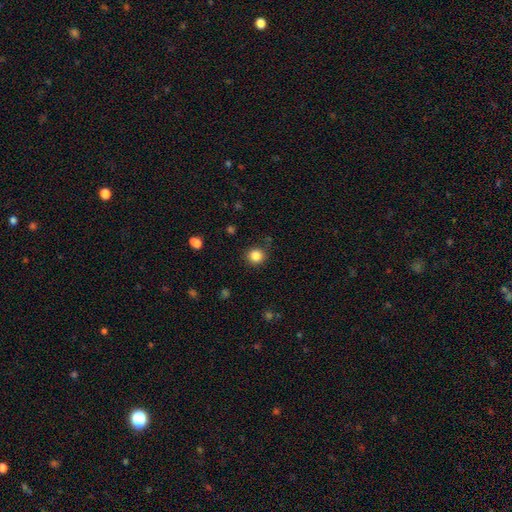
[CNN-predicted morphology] A smooth galaxy with no disk features (85%) that is round (90%). Merging: none (87%).